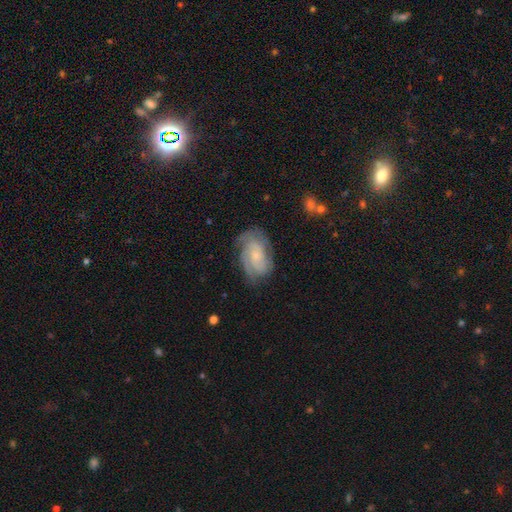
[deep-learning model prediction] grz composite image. It shows a featured or disk galaxy (78%) with no bar (63%), 2 (39%) tight (58%) spiral arms (95%) and a small central bulge (56%). Merging: none (70%).